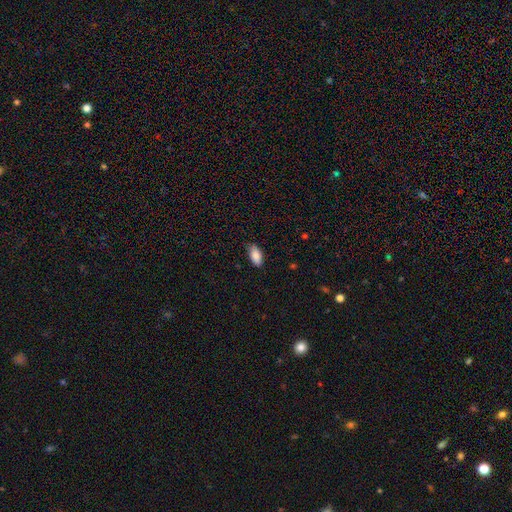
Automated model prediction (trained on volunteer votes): A smooth galaxy with no disk features (88%) that is in between round and cigar-shaped (93%). Merging: none (79%).